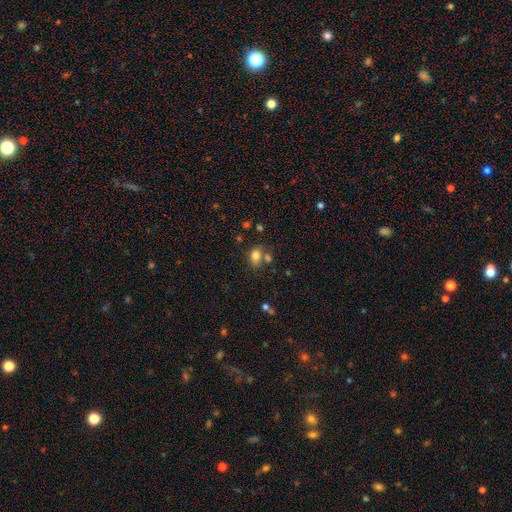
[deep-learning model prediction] Smooth or featured? smooth (79%)
How rounded? in between (72%)
Merging? none (56%)